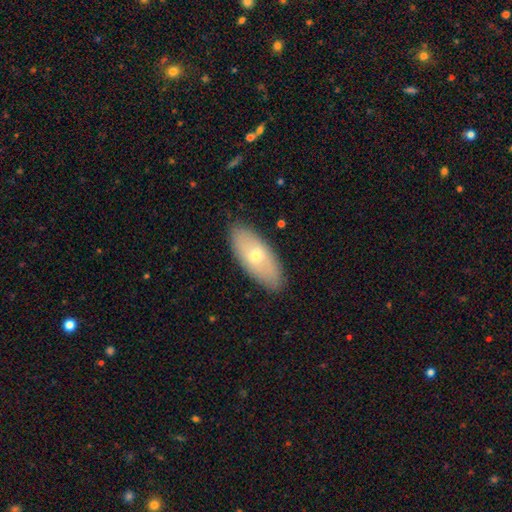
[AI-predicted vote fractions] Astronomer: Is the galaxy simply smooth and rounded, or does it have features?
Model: smooth — 59% (runner-up: featured or disk, 34%).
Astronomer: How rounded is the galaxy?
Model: in between — 84%.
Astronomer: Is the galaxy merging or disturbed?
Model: none — 86%.